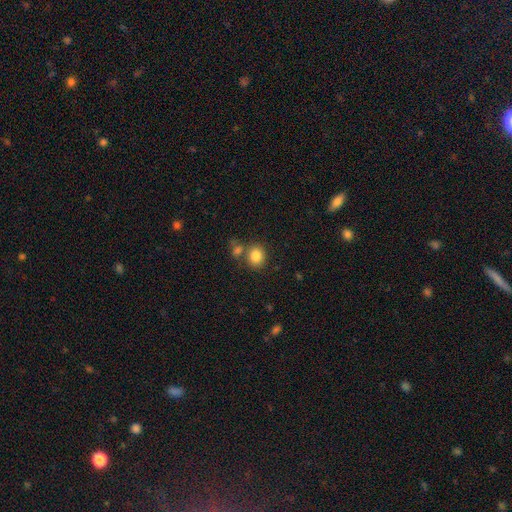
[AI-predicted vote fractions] A smooth galaxy with no disk features (84%) that is round (71%). Merging: none (67%).